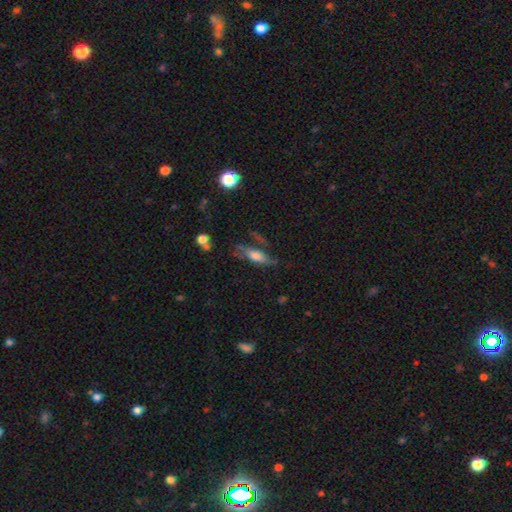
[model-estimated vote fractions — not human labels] A smooth galaxy with no disk features (51%) that is in between round and cigar-shaped (56%). Merging: none (48%).